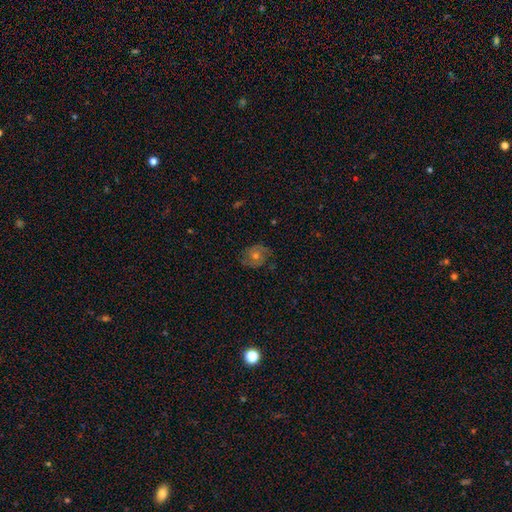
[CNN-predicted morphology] smooth-or-featured: featured or disk: 70% | smooth: 16% | star or artifact: 13%
  disk-edge-on: no: 97% | yes: 3%
    bar: no: 73% | weak: 23% | strong: 5%
    has-spiral-arms: yes: 91% | no: 9%
      spiral-winding: tight: 45% | medium: 43% | loose: 12%
      spiral-arm-count: 2: 72% | can't tell: 14% | 3: 6% | 1: 3% | 4: 2% | more than 4: 2%
    bulge-size: moderate: 58% | small: 36% | large: 3% | none: 2% | dominant: 1%
  merging: none: 80% | minor disturbance: 13% | major disturbance: 5% | merger: 1%